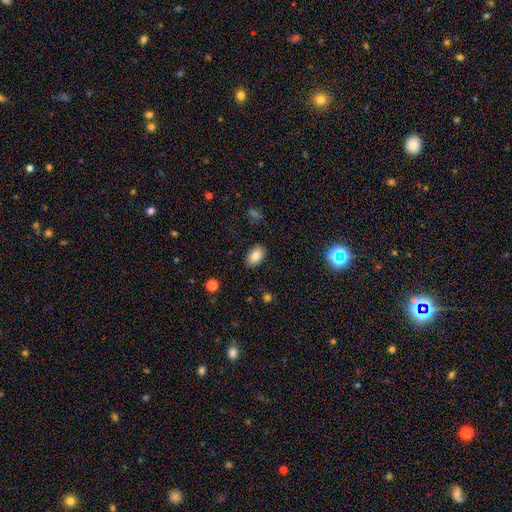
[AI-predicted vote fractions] This appears to be a smooth galaxy with no disk features (81%) that is in between round and cigar-shaped (87%). Merging: none (87%).